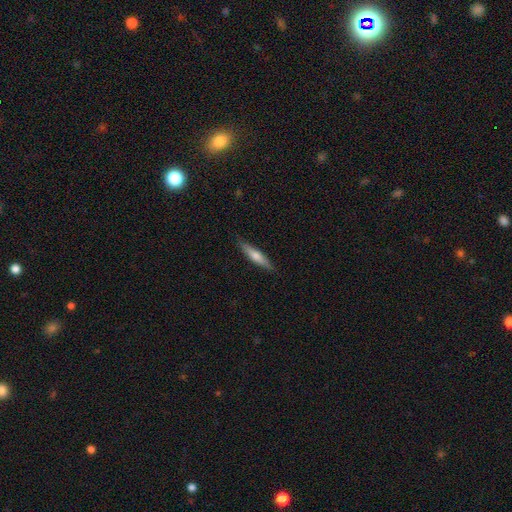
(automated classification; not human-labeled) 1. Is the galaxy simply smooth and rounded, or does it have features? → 54% smooth, 40% featured or disk, 6% star or artifact.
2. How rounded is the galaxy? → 85% cigar-shaped, 13% in between, 2% round.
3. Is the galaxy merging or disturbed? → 88% none, 9% minor disturbance, 2% major disturbance, 1% merger.